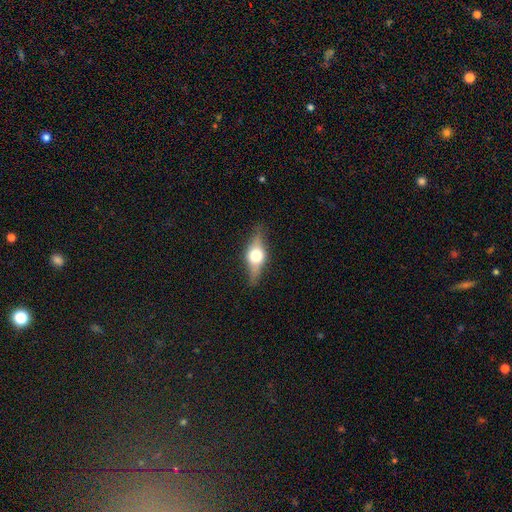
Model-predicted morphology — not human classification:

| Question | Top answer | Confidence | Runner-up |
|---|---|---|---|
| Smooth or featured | featured or disk | 64% | smooth (29%) |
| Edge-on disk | yes | 92% | no (8%) |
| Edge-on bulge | rounded | 94% | boxy (5%) |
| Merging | none | 81% | minor disturbance (14%) |